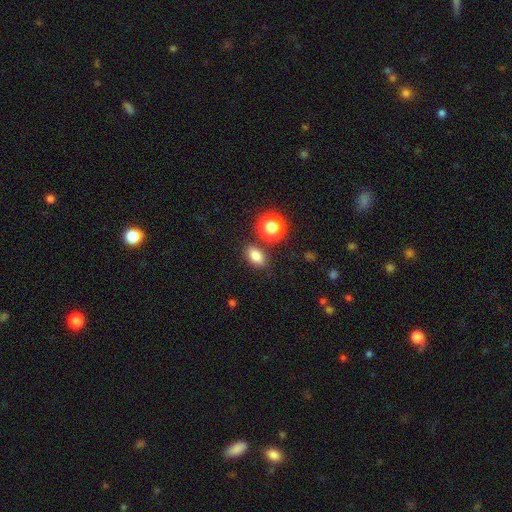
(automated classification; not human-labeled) A smooth galaxy with no disk features (80%) that is in between round and cigar-shaped (79%). Merging: none (81%).